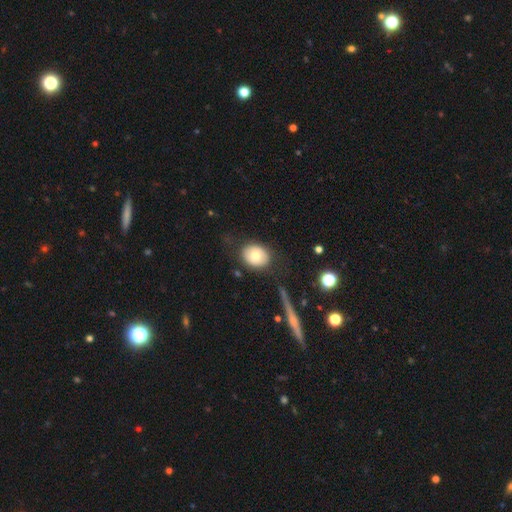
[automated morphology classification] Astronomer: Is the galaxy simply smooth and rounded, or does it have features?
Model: smooth — 71%.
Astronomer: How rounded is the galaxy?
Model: round — 53% (runner-up: in between, 46%).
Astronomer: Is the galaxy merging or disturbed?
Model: none — 78%.